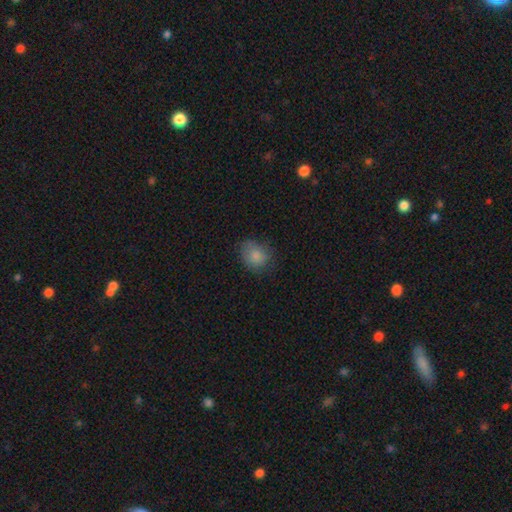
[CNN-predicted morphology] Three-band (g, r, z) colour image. It shows a smooth galaxy with no disk features (84%) that is round (64%). Merging: none (68%).